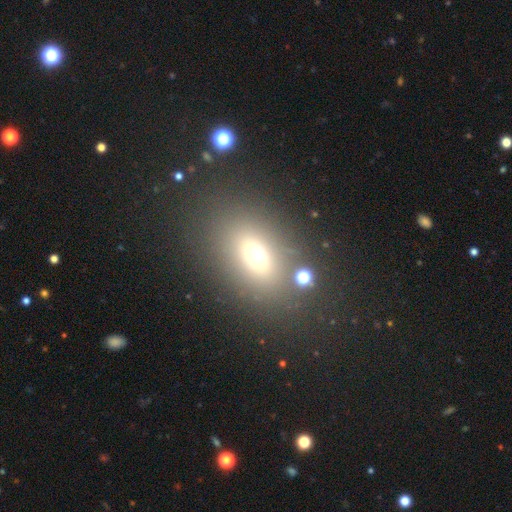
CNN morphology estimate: Q: Smooth or featured?
A: smooth (66%); runner-up: star or artifact (20%)
Q: How rounded?
A: in between (70%); runner-up: round (27%)
Q: Merging?
A: none (78%); runner-up: minor disturbance (10%)